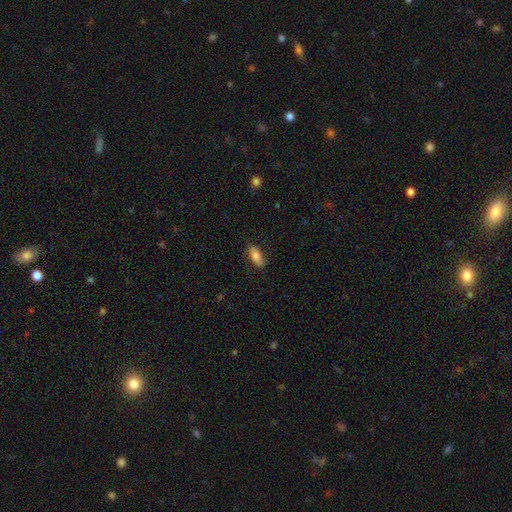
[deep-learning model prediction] Q: Smooth or featured?
A: smooth (80%); runner-up: featured or disk (14%)
Q: How rounded?
A: in between (80%); runner-up: cigar-shaped (18%)
Q: Merging?
A: none (82%); runner-up: minor disturbance (14%)